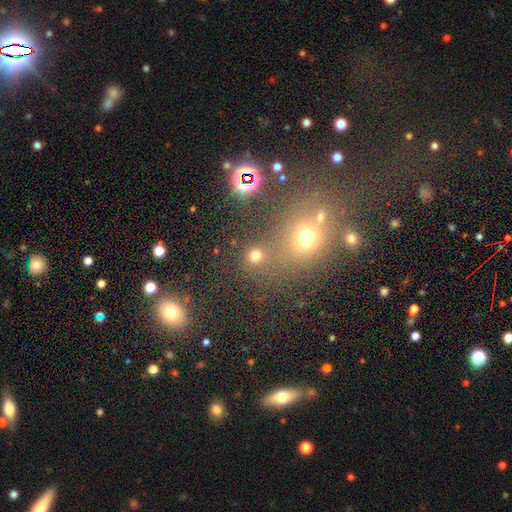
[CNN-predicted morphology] Smooth or featured? smooth (70%)
How rounded? round (84%)
Merging? none (66%)